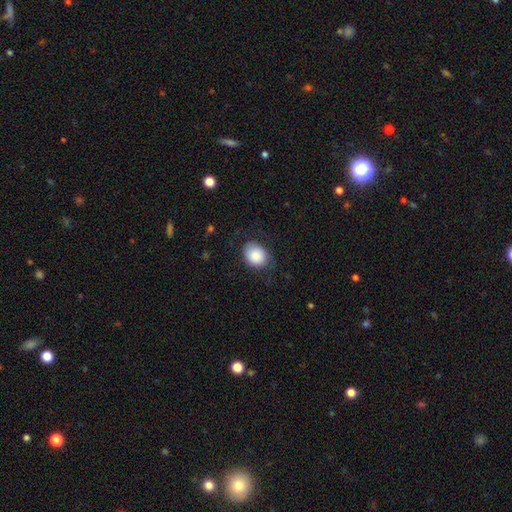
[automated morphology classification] Smooth or featured: smooth — 85% (featured or disk — 8%)
How rounded: in between — 62% (round — 37%)
Merging: none — 72% (minor disturbance — 19%)